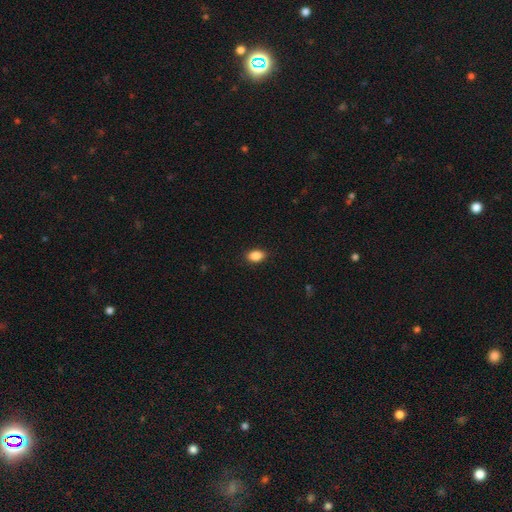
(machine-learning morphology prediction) A smooth galaxy with no disk features (88%) that is in between round and cigar-shaped (86%).

Vote fractions:
- Smooth or featured? smooth: 88% / star or artifact: 8% / featured or disk: 4%
- How rounded? in between: 86% / round: 13% / cigar-shaped: 2%
- Merging? none: 89% / minor disturbance: 8% / major disturbance: 2% / merger: 1%